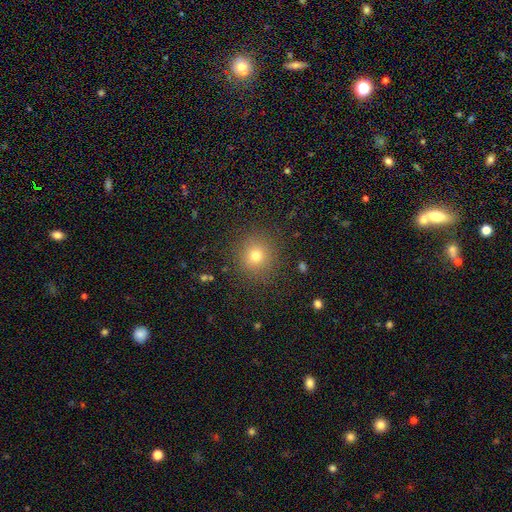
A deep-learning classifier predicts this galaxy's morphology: This is likely a smooth galaxy (74%). How rounded: clearly round (92%). Merging: clearly none (89%).